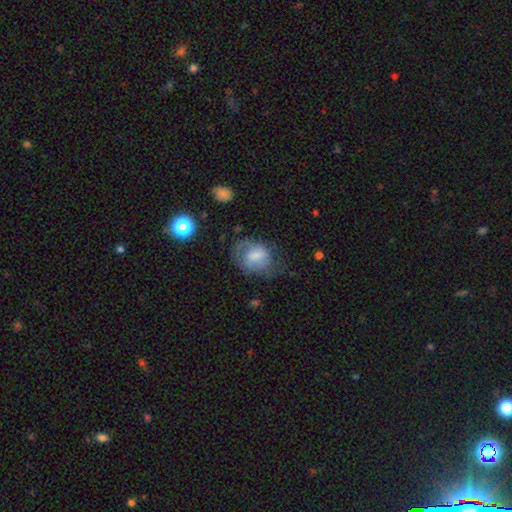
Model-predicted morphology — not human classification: Smooth or featured? Predicted: smooth (p=0.47). Merging? Predicted: none (p=0.43).